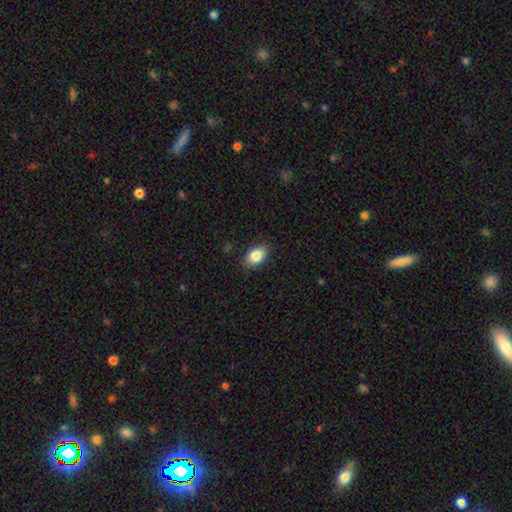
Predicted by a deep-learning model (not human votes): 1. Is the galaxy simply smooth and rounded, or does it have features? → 86% smooth, 7% star or artifact, 7% featured or disk.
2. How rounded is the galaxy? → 87% in between, 11% round, 1% cigar-shaped.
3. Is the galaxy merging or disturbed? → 86% none, 11% minor disturbance, 2% major disturbance, 1% merger.